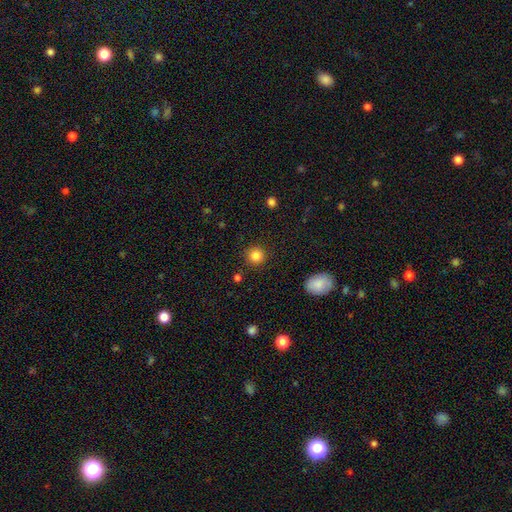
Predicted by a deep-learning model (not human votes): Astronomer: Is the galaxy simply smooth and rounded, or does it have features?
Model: smooth — 84%.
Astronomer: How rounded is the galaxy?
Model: round — 94%.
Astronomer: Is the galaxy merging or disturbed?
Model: none — 90%.